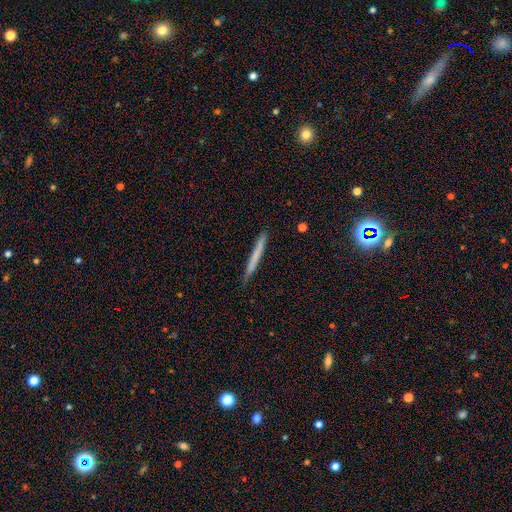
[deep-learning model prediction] Smooth or featured? smooth (64%)
How rounded? cigar-shaped (97%)
Merging? none (88%)